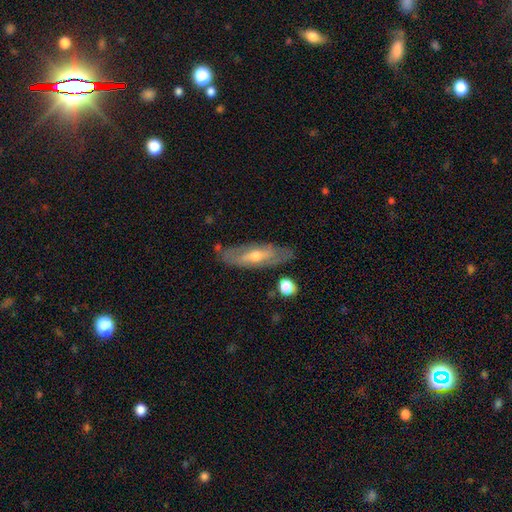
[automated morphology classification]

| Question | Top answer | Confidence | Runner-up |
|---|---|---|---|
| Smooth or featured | featured or disk | 61% | smooth (33%) |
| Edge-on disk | no | 67% | yes (33%) |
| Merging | none | 75% | minor disturbance (17%) |